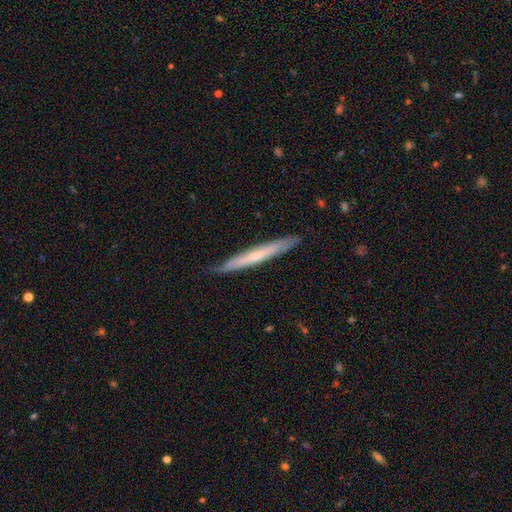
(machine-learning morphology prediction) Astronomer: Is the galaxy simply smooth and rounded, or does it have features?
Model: featured or disk — 48% (runner-up: smooth, 46%).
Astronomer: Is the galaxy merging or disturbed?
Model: none — 86%.